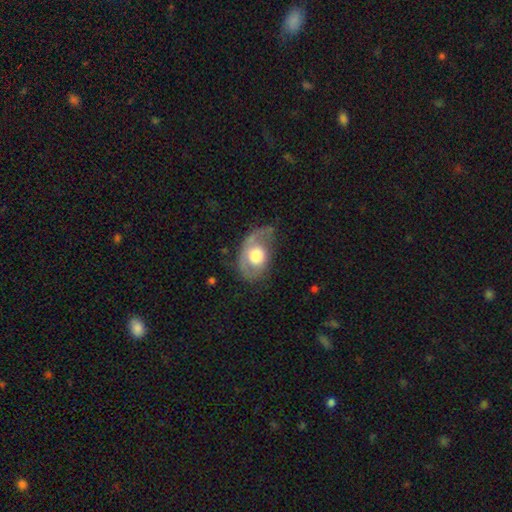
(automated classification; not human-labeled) Overall: featured or disk (52%; smooth 41%). Edge-on disk: no (94%). Merging: none (37%; minor disturbance 31%).